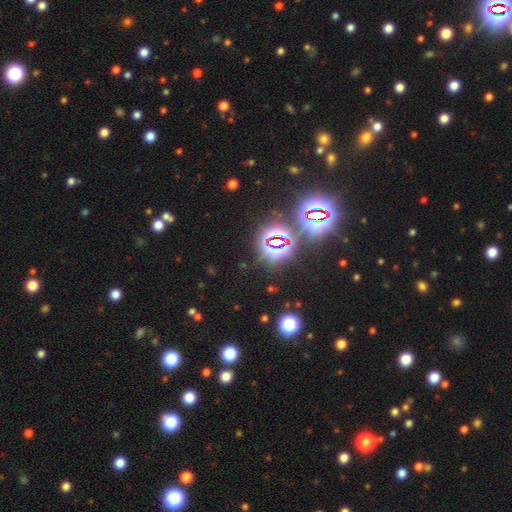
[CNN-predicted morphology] smooth-or-featured: star or artifact: 76% | smooth: 17% | featured or disk: 7%